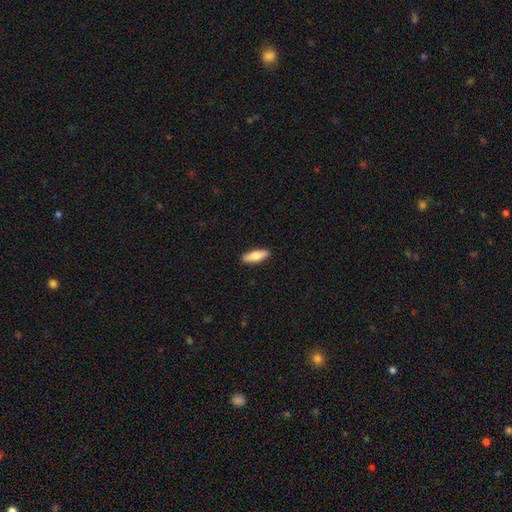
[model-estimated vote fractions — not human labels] The model was most divided on "how rounded": in between: 54%, cigar-shaped: 44%, round: 2%. More confident: merging — none (90%); smooth or featured — smooth (73%).